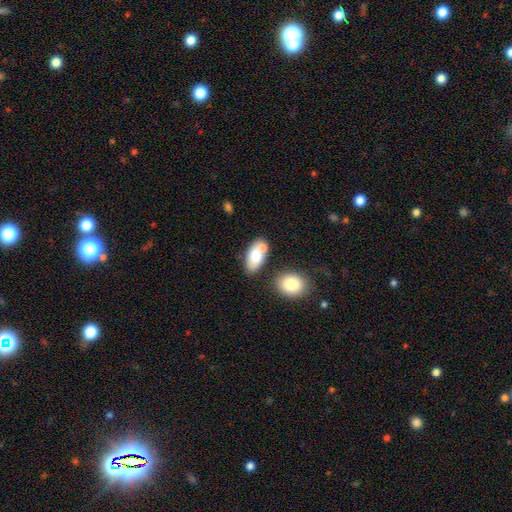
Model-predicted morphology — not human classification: type=smooth (71%); roundness=in between (91%); merging=none (52%).